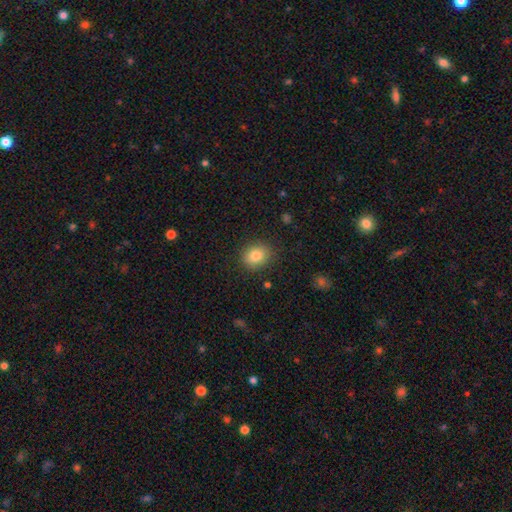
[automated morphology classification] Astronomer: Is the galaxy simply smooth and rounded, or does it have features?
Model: smooth — 83%.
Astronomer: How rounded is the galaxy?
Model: round — 60% (runner-up: in between, 40%).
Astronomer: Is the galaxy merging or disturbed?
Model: none — 87%.